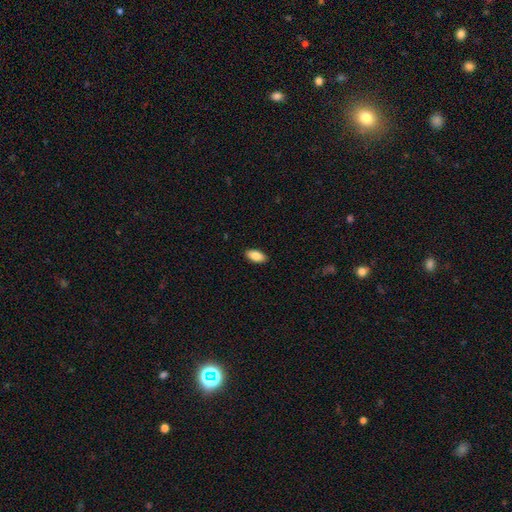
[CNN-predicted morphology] This appears to be a smooth galaxy with no disk features (86%) that is in between round and cigar-shaped (92%). Merging: none (90%).